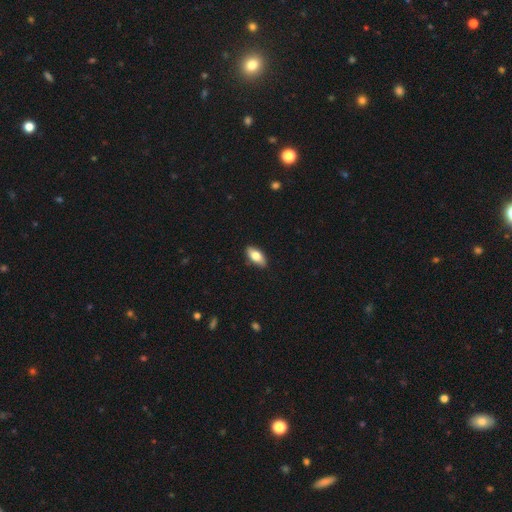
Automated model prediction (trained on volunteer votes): Overall: smooth (76%). How rounded: in between (87%). Merging: none (87%).